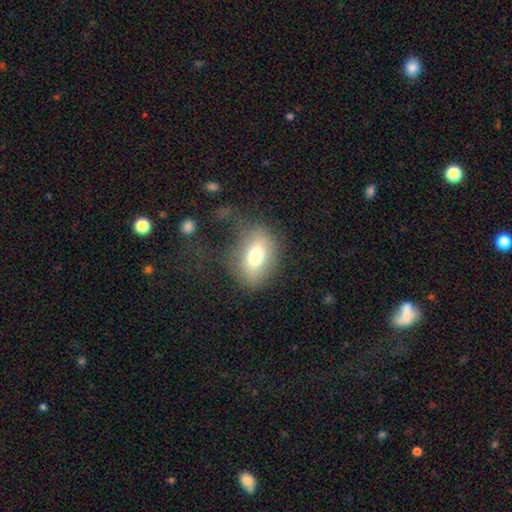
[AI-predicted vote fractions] Smooth or featured? Predicted: smooth (p=0.71). How rounded? Predicted: in between (p=0.73). Merging? Predicted: none (p=0.52).